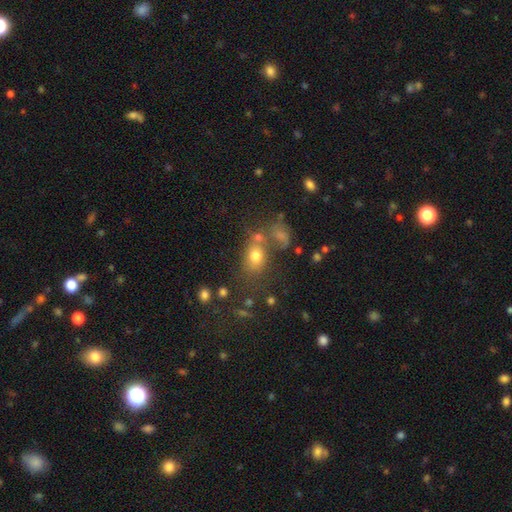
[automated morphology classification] type=smooth (71%); roundness=in between (62%); merging=none (50%).